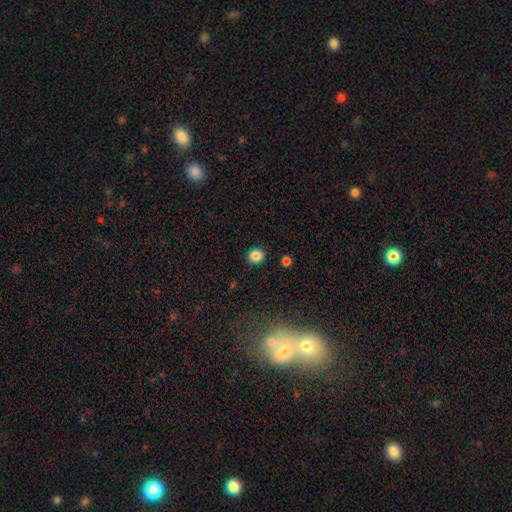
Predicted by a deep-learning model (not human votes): Smooth or featured?
  - smooth: 85% *
  - star or artifact: 11%
  - featured or disk: 4%
How rounded?
  - round: 87% *
  - in between: 12%
  - cigar-shaped: 1%
Merging?
  - none: 91% *
  - minor disturbance: 6%
  - major disturbance: 2%
  - merger: 1%